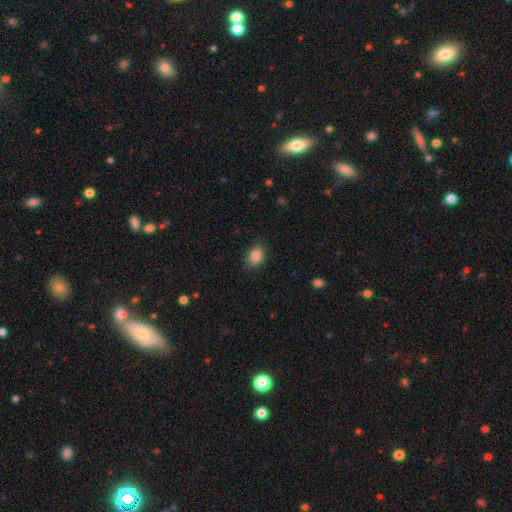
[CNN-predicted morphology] Smooth or featured? smooth (87%)
How rounded? in between (72%)
Merging? none (83%)